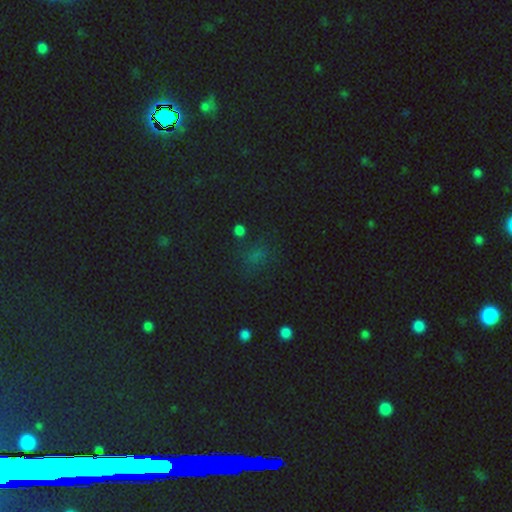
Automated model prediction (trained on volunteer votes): Smooth or featured? Predicted: smooth (p=0.51). How rounded? Predicted: round (p=0.51). Merging? Predicted: none (p=0.67).